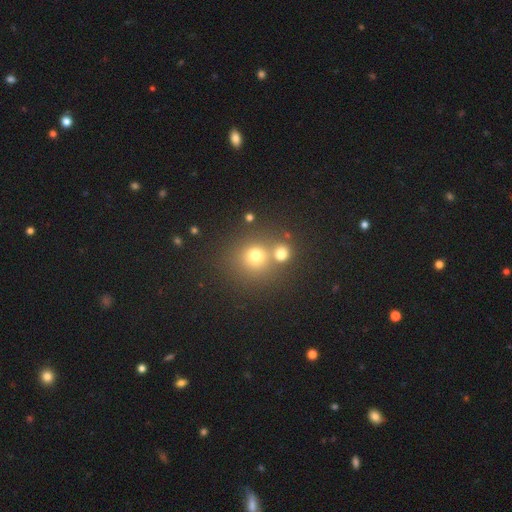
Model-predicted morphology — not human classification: The model was most divided on "merging": none: 57%, merger: 33%, minor disturbance: 7%, major disturbance: 3%. More confident: how rounded — round (89%); smooth or featured — smooth (70%).